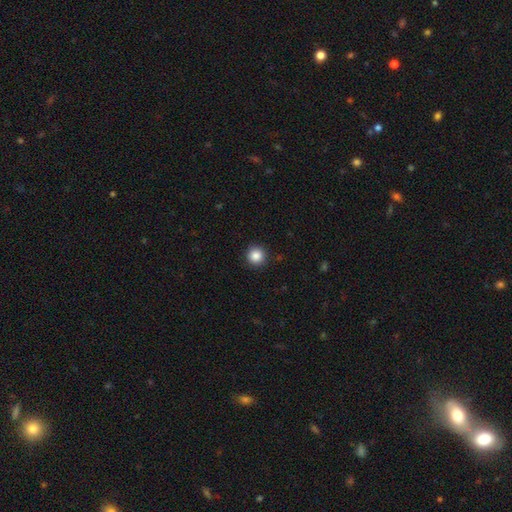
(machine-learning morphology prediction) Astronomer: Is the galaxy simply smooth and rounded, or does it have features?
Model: smooth — 87%.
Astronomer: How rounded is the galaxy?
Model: round — 96%.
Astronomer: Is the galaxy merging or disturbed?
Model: none — 92%.